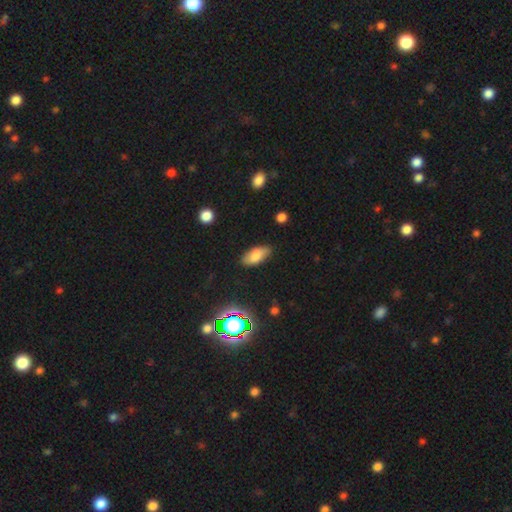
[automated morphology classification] Smooth or featured? smooth (80%)
How rounded? in between (90%)
Merging? none (79%)